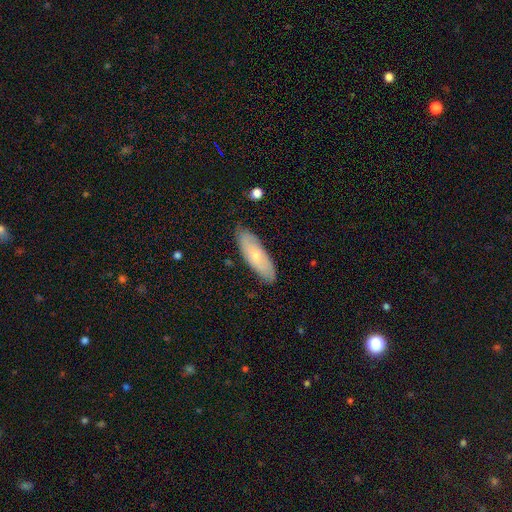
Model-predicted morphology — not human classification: Overall: smooth (55%; featured or disk 39%). How rounded: in between (56%; cigar-shaped 42%). Merging: none (82%).